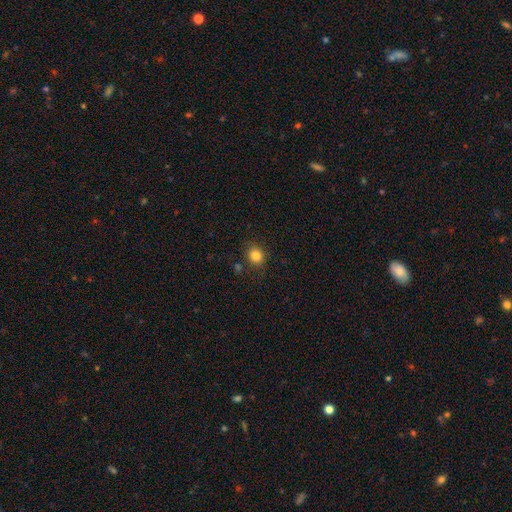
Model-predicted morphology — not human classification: smooth_or_featured: smooth (p=0.83) [alt: star or artifact p=0.12]
how_rounded: round (p=0.81) [alt: in between p=0.18]
merging: none (p=0.83) [alt: minor disturbance p=0.10]